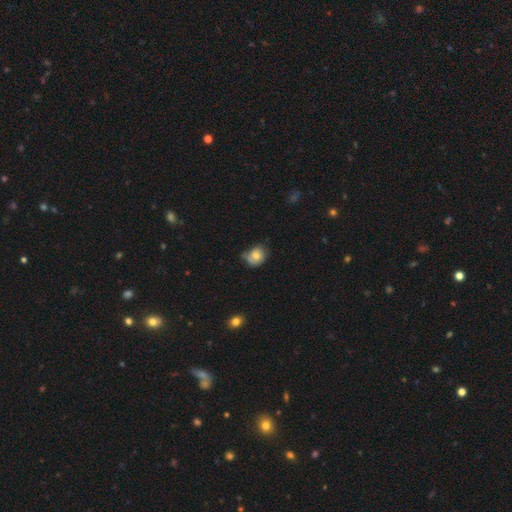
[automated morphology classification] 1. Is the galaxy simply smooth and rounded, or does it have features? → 68% smooth, 23% featured or disk, 9% star or artifact.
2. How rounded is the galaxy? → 63% round, 36% in between, 1% cigar-shaped.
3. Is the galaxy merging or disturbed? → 51% none, 35% minor disturbance, 9% major disturbance, 6% merger.